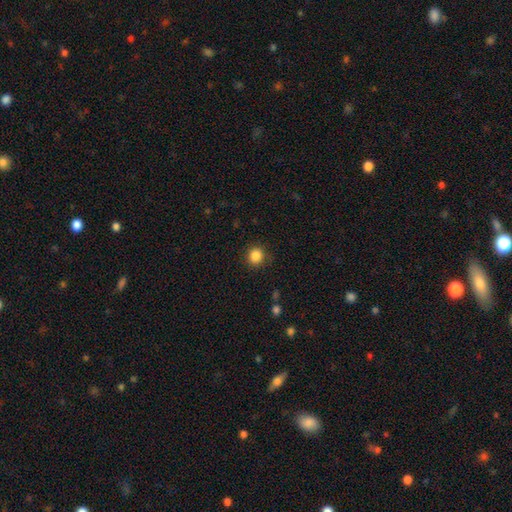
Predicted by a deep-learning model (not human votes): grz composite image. It shows a smooth galaxy with no disk features (86%) that is round (90%). Merging: none (88%).